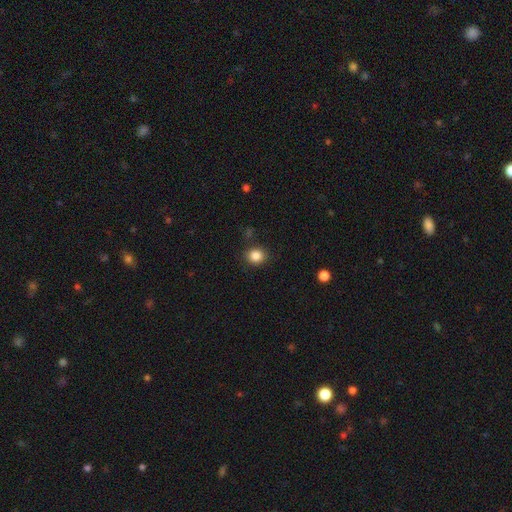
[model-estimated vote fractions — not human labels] The model was most divided on "how rounded": round: 79%, in between: 20%, cigar-shaped: 1%. More confident: merging — none (87%); smooth or featured — smooth (85%).